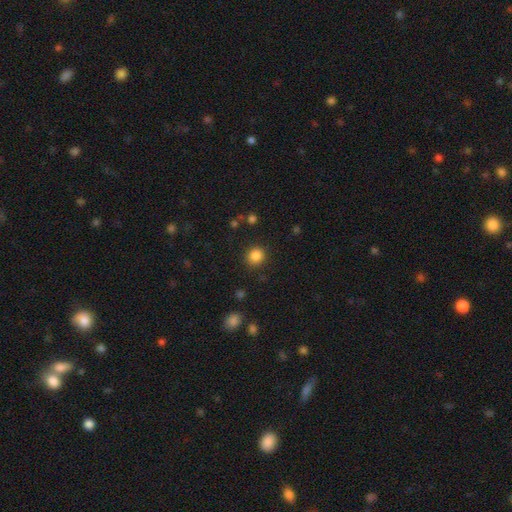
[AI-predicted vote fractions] This appears to be a smooth galaxy with no disk features (85%) that is round (87%). Merging: none (89%).